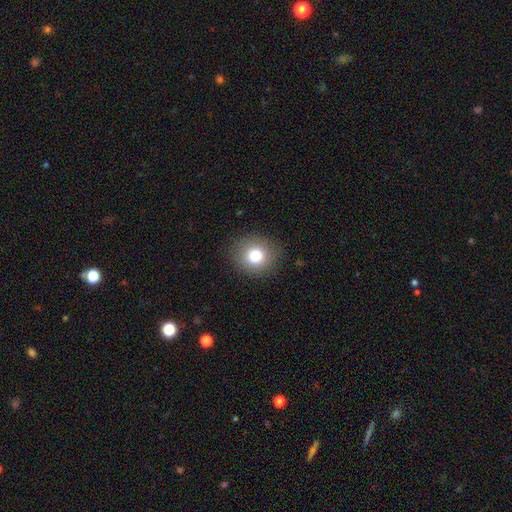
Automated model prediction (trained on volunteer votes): smooth_or_featured: smooth (p=0.80) [alt: star or artifact p=0.11]
how_rounded: round (p=0.82) [alt: in between p=0.17]
merging: none (p=0.88) [alt: minor disturbance p=0.08]